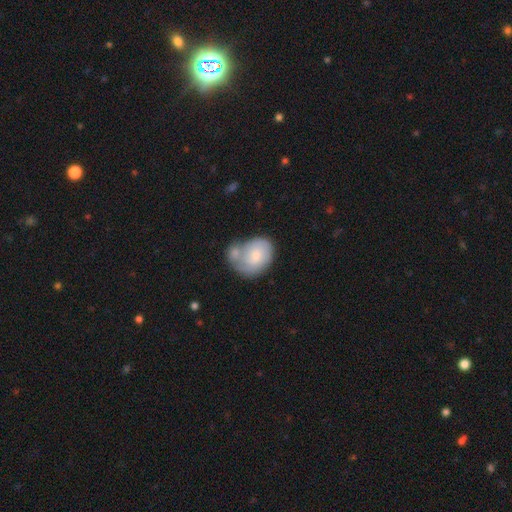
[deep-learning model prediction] This is possibly a smooth galaxy (60%). How rounded: possibly in between (54%). Merging: marginally merger (44%).